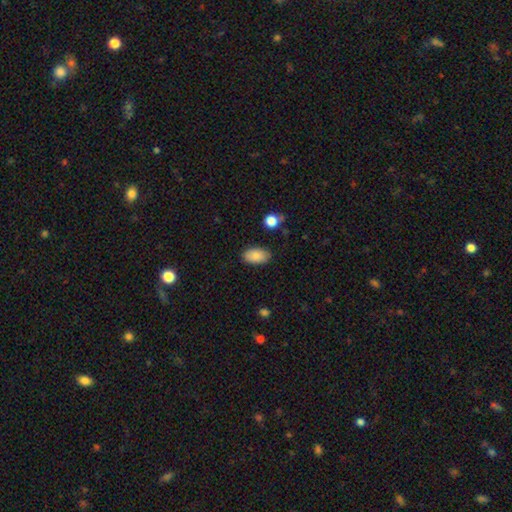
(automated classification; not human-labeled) This appears to be a smooth galaxy with no disk features (87%) that is in between round and cigar-shaped (93%). Merging: none (84%).